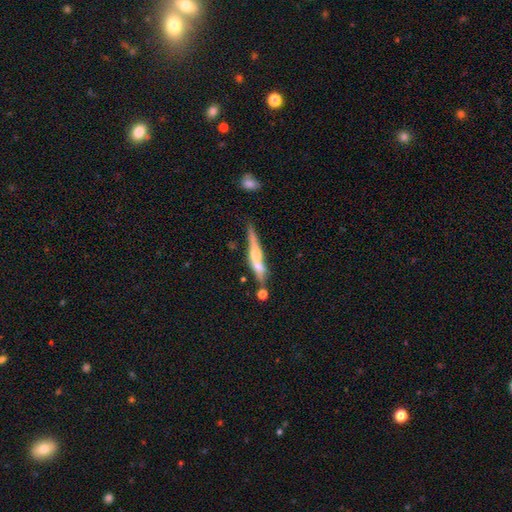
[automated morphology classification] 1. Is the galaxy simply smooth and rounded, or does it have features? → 60% featured or disk, 34% smooth, 7% star or artifact.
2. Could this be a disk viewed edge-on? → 90% yes, 10% no.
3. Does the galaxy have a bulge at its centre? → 73% rounded, 14% none, 13% boxy.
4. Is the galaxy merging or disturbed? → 54% none, 20% merger, 20% minor disturbance, 7% major disturbance.